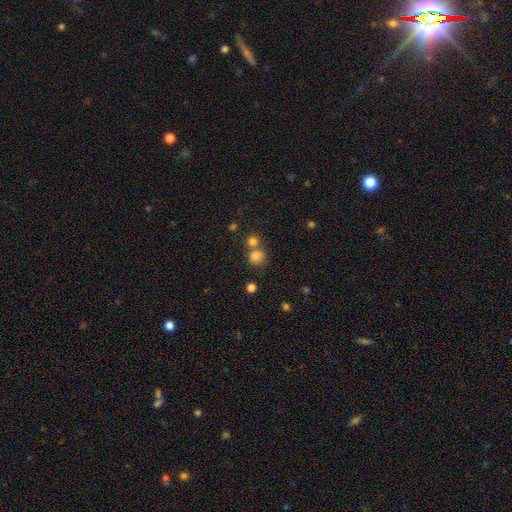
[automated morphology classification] type=smooth (79%); roundness=round (81%); merging=none (55%).